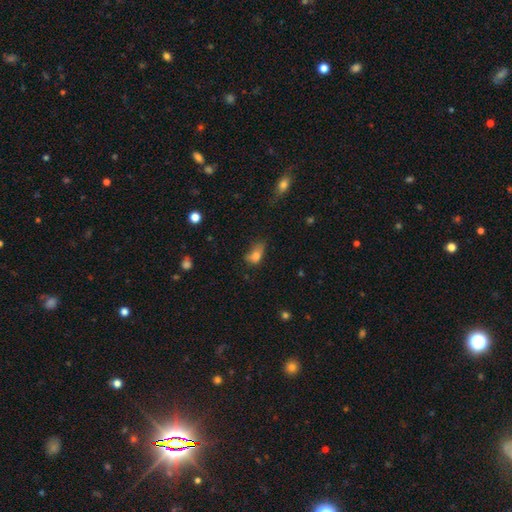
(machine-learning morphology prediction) Smooth or featured? smooth (74%)
How rounded? in between (79%)
Merging? minor disturbance (38%)